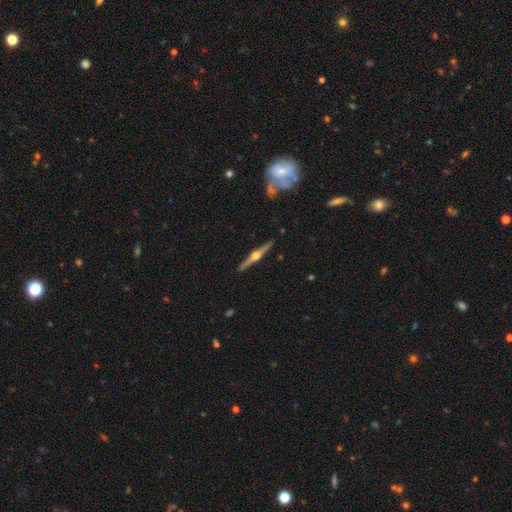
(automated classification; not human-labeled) A featured or disk galaxy (84%) viewed edge-on (98%) with a rounded central bulge (96%).

Vote fractions:
- Smooth or featured? featured or disk: 84% / smooth: 11% / star or artifact: 5%
- Edge-on disk? yes: 98% / no: 2%
- Edge-on bulge? rounded: 96% / boxy: 2% / none: 2%
- Merging? none: 91% / minor disturbance: 6% / merger: 1% / major disturbance: 1%